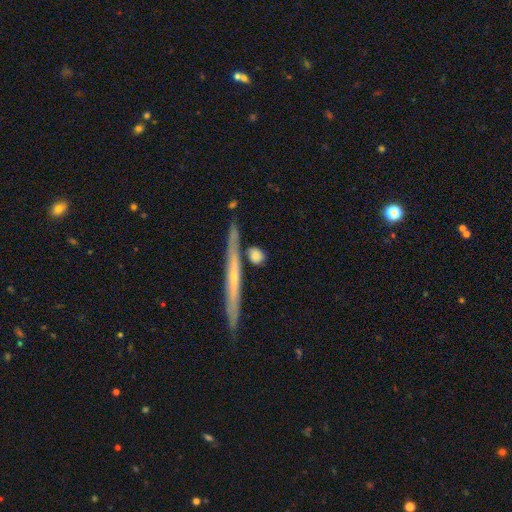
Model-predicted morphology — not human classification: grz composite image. It shows a smooth galaxy with no disk features (72%) that is round (46%). Merging: none (72%).